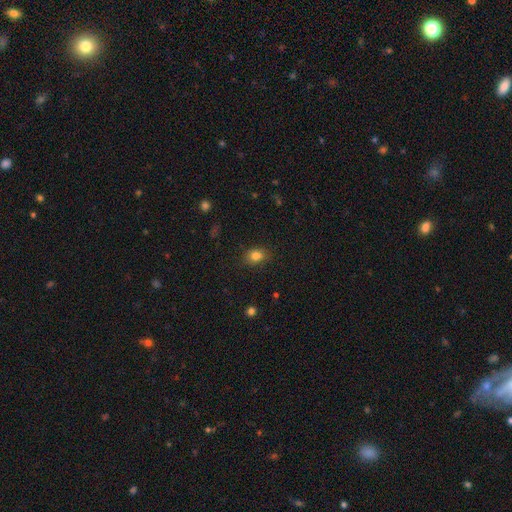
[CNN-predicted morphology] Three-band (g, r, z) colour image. It shows a smooth galaxy with no disk features (82%) that is in between round and cigar-shaped (62%). Merging: none (82%).